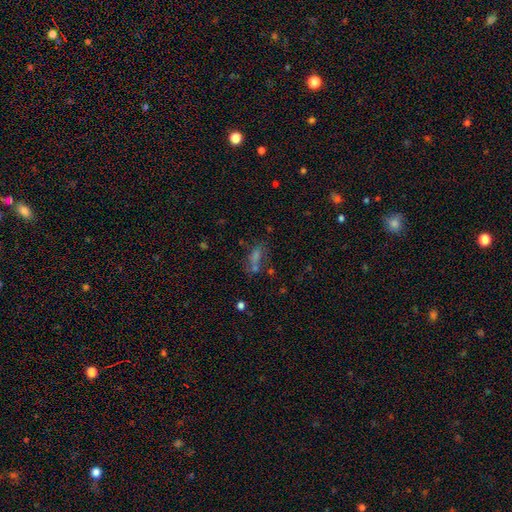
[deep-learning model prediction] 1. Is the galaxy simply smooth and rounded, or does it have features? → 47% smooth, 33% star or artifact, 21% featured or disk.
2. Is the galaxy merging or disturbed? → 50% none, 23% merger, 16% minor disturbance, 12% major disturbance.